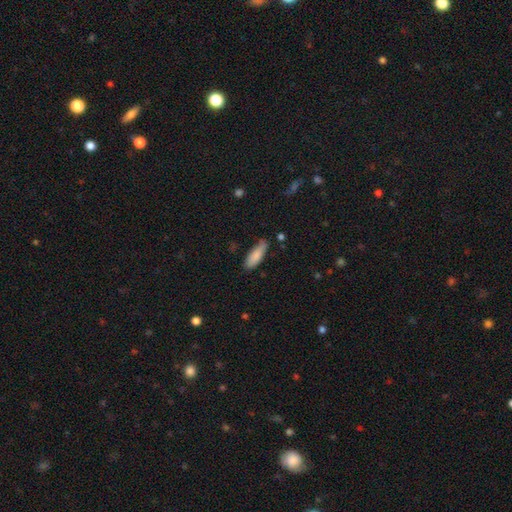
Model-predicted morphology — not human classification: Smooth or featured: smooth — 84% (featured or disk — 10%)
How rounded: in between — 54% (cigar-shaped — 45%)
Merging: none — 72% (minor disturbance — 22%)